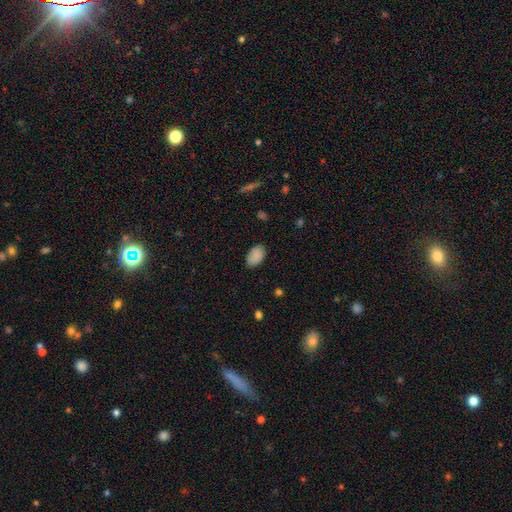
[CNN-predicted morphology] This appears to be a smooth galaxy with no disk features (88%) that is in between round and cigar-shaped (90%). Merging: none (82%).